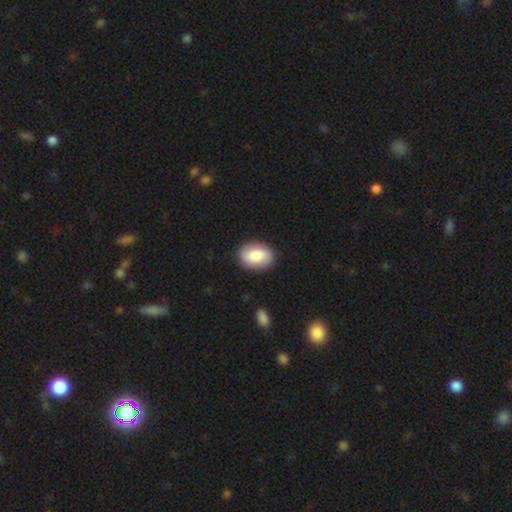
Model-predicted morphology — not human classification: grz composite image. It shows a smooth galaxy with no disk features (83%) that is in between round and cigar-shaped (82%). Merging: none (88%).